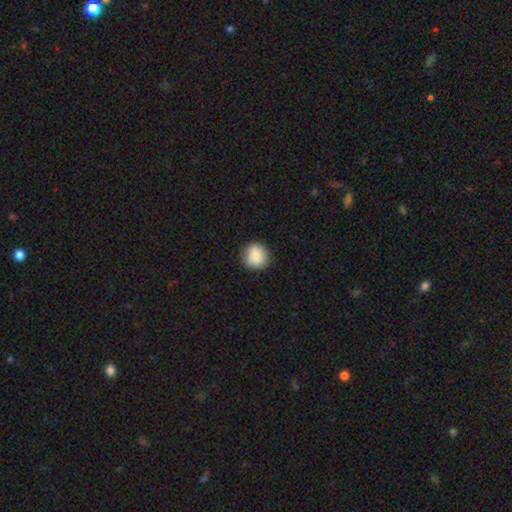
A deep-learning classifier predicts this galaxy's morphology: A smooth galaxy with no disk features (86%) that is round (90%).

Vote fractions:
- Smooth or featured? smooth: 86% / star or artifact: 8% / featured or disk: 6%
- How rounded? round: 90% / in between: 9% / cigar-shaped: 1%
- Merging? none: 86% / minor disturbance: 11% / major disturbance: 2% / merger: 1%